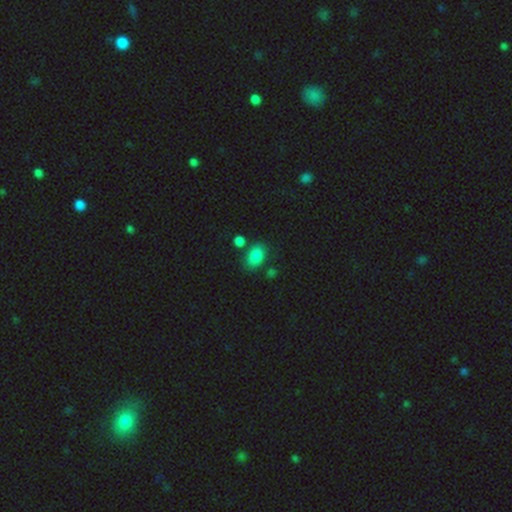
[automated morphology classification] type=smooth (83%); roundness=in between (80%); merging=none (71%).